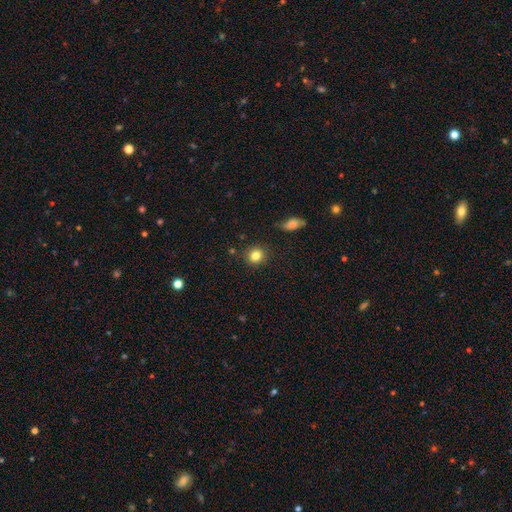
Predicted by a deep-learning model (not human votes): Smooth or featured?
  - smooth: 83% *
  - star or artifact: 11%
  - featured or disk: 6%
How rounded?
  - round: 81% *
  - in between: 18%
  - cigar-shaped: 1%
Merging?
  - none: 87% *
  - minor disturbance: 8%
  - major disturbance: 2%
  - merger: 2%